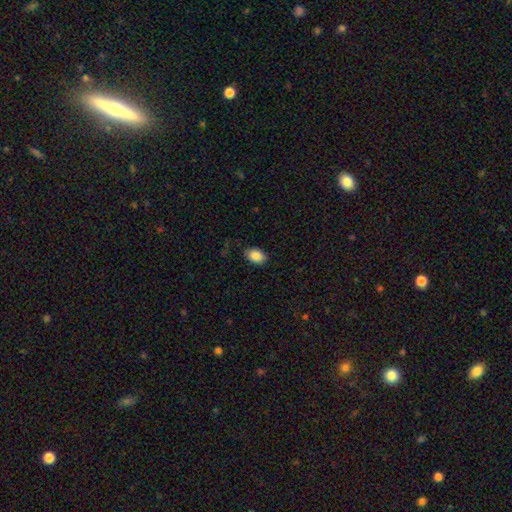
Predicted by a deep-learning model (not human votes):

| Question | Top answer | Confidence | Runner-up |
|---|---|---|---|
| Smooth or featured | smooth | 88% | star or artifact (7%) |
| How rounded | in between | 86% | round (13%) |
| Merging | none | 86% | minor disturbance (11%) |